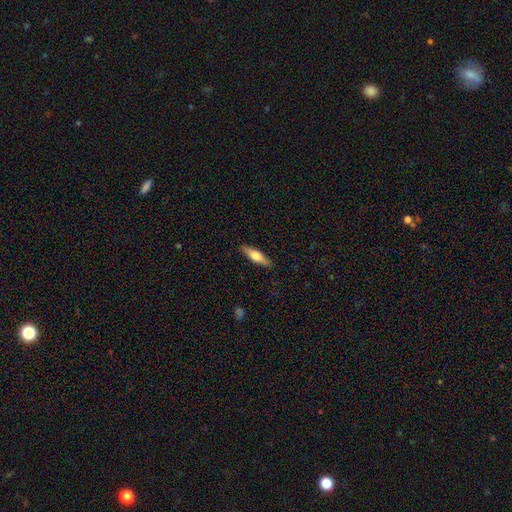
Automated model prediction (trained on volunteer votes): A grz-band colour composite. It shows a smooth galaxy with no disk features (53%) that is cigar-shaped (62%). Merging: none (89%).